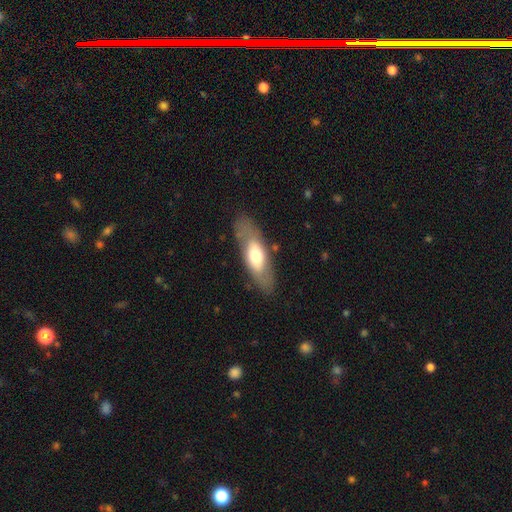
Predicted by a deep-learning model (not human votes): Morphology: type=smooth (56%); roundness=in between (67%); merging=none (80%).